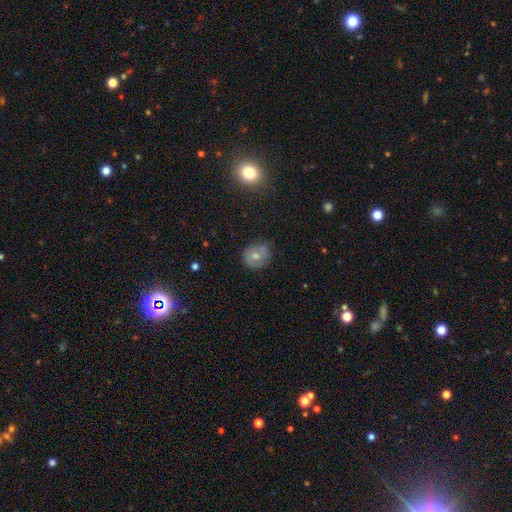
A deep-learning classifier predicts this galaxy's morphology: A smooth galaxy with no disk features (60%) that is round (76%). Merging: none (60%).